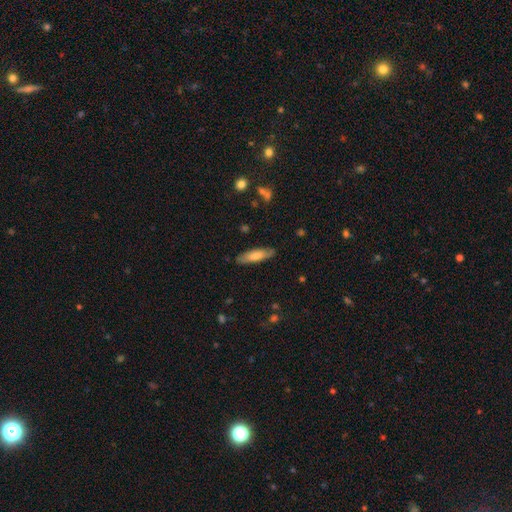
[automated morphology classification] A smooth galaxy with no disk features (69%) that is cigar-shaped (64%).

Vote fractions:
- Smooth or featured? smooth: 69% / featured or disk: 25% / star or artifact: 6%
- How rounded? cigar-shaped: 64% / in between: 35% / round: 2%
- Merging? none: 85% / minor disturbance: 11% / major disturbance: 2% / merger: 1%